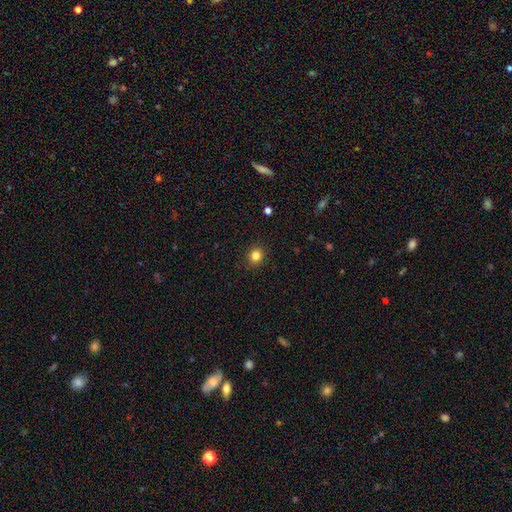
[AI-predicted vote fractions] Overall: smooth (83%). How rounded: round (83%). Merging: none (91%).